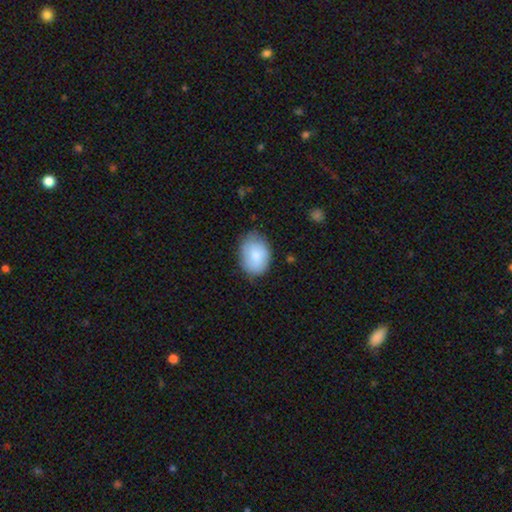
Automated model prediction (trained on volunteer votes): Smooth or featured?
  - smooth: 77% *
  - featured or disk: 16%
  - star or artifact: 6%
How rounded?
  - in between: 74% *
  - round: 25%
  - cigar-shaped: 1%
Merging?
  - none: 74% *
  - minor disturbance: 21%
  - major disturbance: 4%
  - merger: 1%